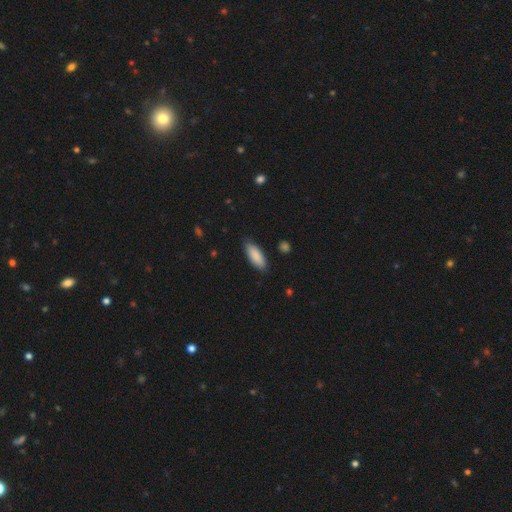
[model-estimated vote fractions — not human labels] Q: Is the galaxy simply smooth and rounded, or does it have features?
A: smooth — 88%.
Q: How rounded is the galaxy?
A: in between — 71%.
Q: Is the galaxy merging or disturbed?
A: none — 86%.